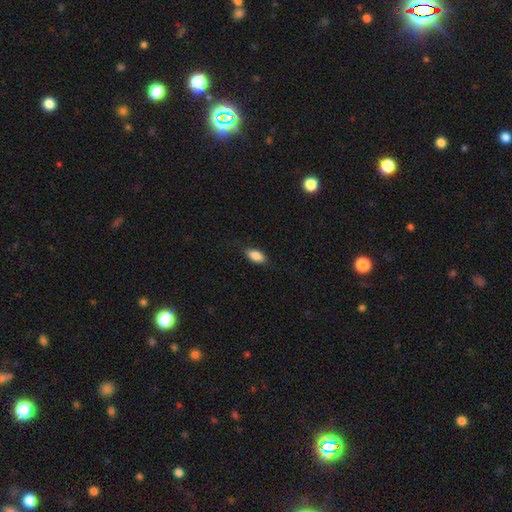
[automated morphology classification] Overall: smooth (85%). How rounded: in between (89%). Merging: none (78%).